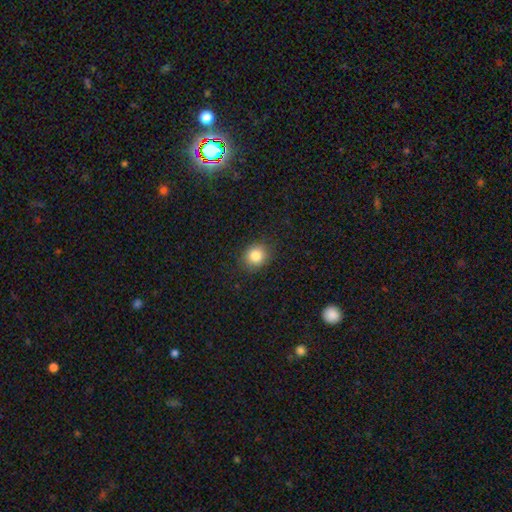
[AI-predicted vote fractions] A smooth galaxy with no disk features (84%) that is round (75%). Merging: none (88%).